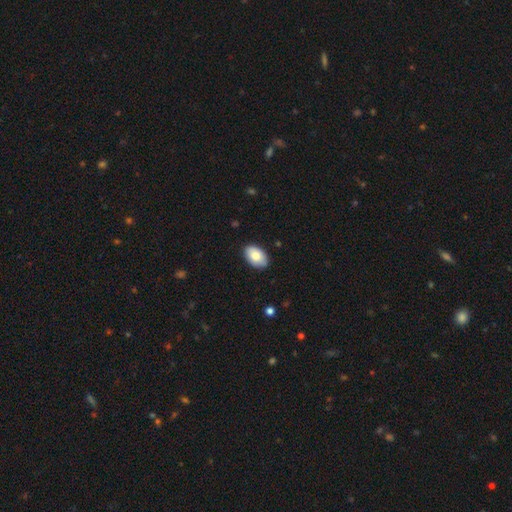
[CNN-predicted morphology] Smooth or featured?
  - smooth: 81% *
  - featured or disk: 12%
  - star or artifact: 7%
How rounded?
  - in between: 92% *
  - round: 7%
  - cigar-shaped: 1%
Merging?
  - none: 87% *
  - minor disturbance: 10%
  - major disturbance: 2%
  - merger: 1%